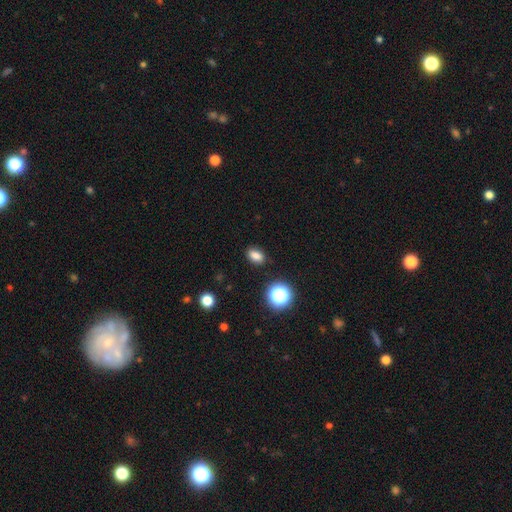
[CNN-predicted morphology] A smooth galaxy with no disk features (82%) that is in between round and cigar-shaped (79%). Merging: none (87%).